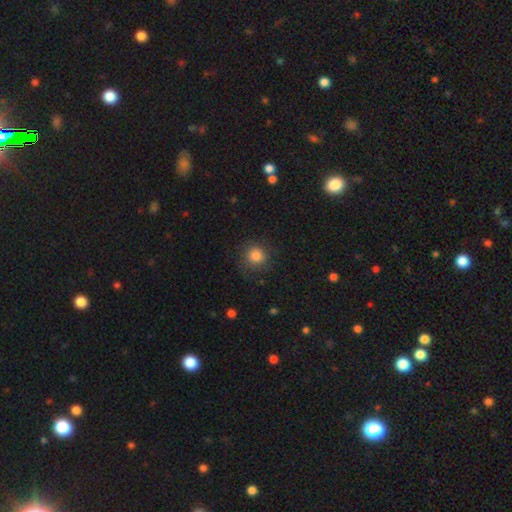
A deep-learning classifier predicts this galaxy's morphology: Smooth or featured? Predicted: smooth (p=0.84). How rounded? Predicted: round (p=0.91). Merging? Predicted: none (p=0.80).